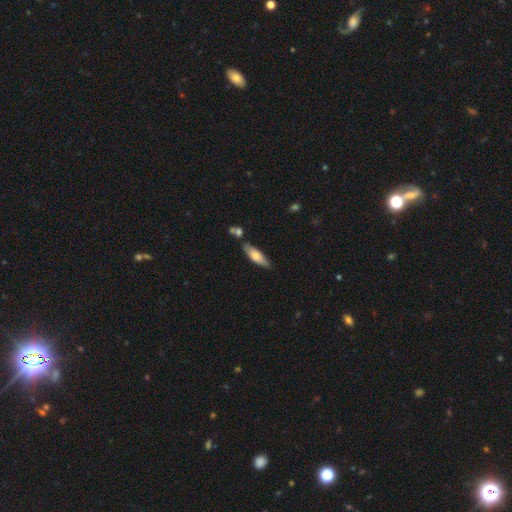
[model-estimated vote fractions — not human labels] smooth 64%, featured or disk 29%, star or artifact 6%. Down the decision tree: how rounded — cigar-shaped (49%, tied with in between); merging — none (74%).